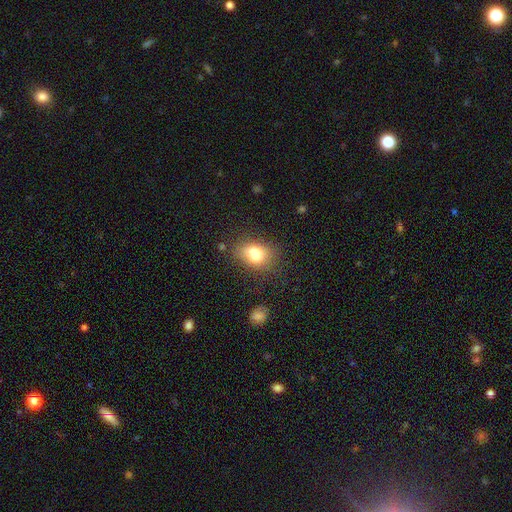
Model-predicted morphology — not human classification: smooth_or_featured: smooth (p=0.72) [alt: featured or disk p=0.17]
how_rounded: in between (p=0.69) [alt: round p=0.29]
merging: none (p=0.46) [alt: merger p=0.25]